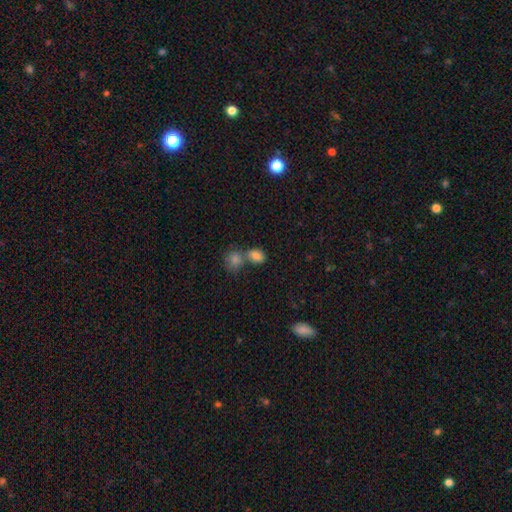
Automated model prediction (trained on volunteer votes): Smooth or featured?
  - smooth: 83% *
  - star or artifact: 10%
  - featured or disk: 7%
How rounded?
  - in between: 70% *
  - round: 28%
  - cigar-shaped: 2%
Merging?
  - merger: 52% *
  - none: 36%
  - minor disturbance: 9%
  - major disturbance: 4%